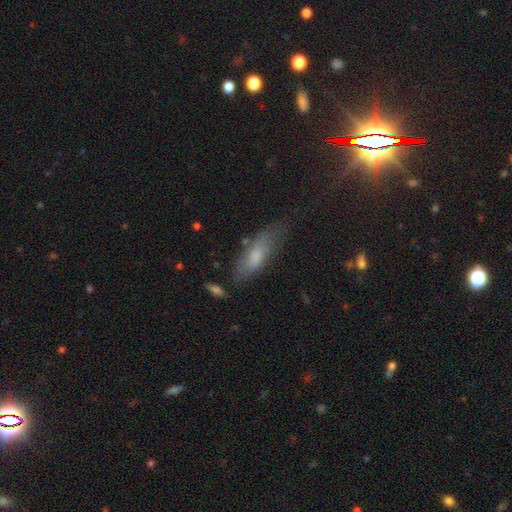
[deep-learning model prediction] smooth 69%, featured or disk 23%, star or artifact 8%. Down the decision tree: how rounded — in between (59%); merging — none (57%).